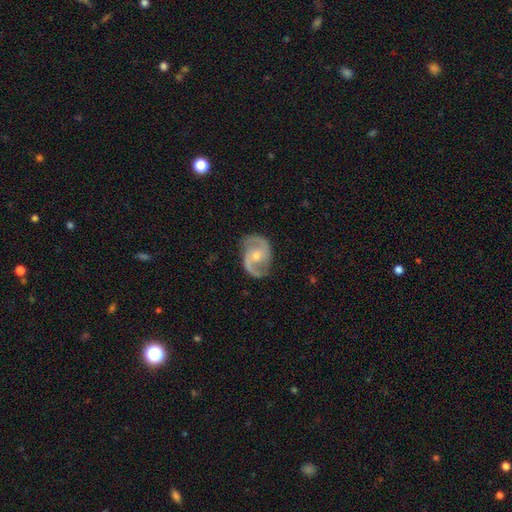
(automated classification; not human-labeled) A featured or disk galaxy (88%) with no bar (55%), 2 (92%) medium (55%) spiral arms (97%) and a moderate central bulge (51%).

Vote fractions:
- Smooth or featured? featured or disk: 88% / smooth: 7% / star or artifact: 5%
- Edge-on disk? no: 98% / yes: 2%
- Bar? no: 55% / weak: 36% / strong: 9%
- Spiral arms? yes: 97% / no: 3%
- Spiral winding? medium: 55% / loose: 27% / tight: 18%
- Spiral arm count? 2: 92% / can't tell: 3% / 1: 2% / 3: 1% / 4: 1% / more than 4: 1%
- Bulge size? moderate: 51% / small: 45% / large: 2% / none: 1% / dominant: 1%
- Merging? none: 79% / minor disturbance: 15% / major disturbance: 5% / merger: 1%